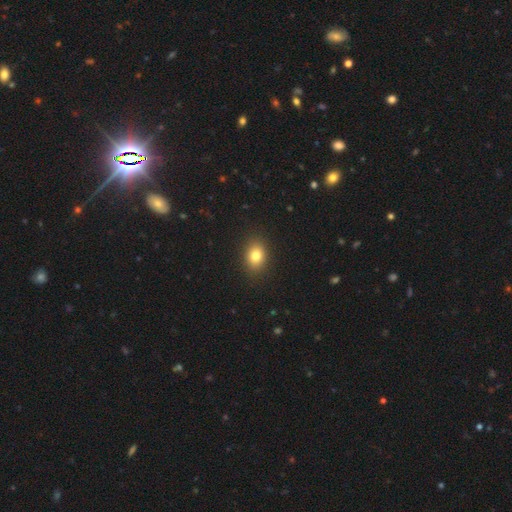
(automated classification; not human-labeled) smooth_or_featured: smooth (p=0.81) [alt: star or artifact p=0.11]
how_rounded: in between (p=0.65) [alt: round p=0.33]
merging: none (p=0.89) [alt: minor disturbance p=0.08]